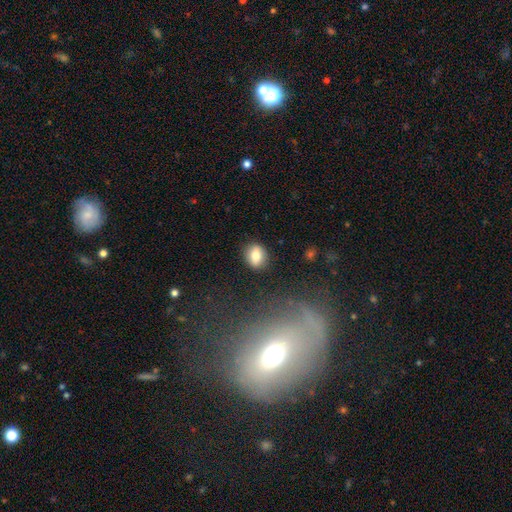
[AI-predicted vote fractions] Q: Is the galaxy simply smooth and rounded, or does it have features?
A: smooth — 78%.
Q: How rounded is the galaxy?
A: in between — 56%.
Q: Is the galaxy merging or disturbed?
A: none — 86%.